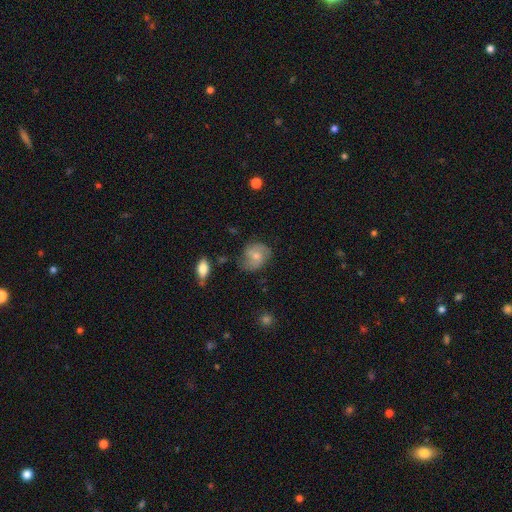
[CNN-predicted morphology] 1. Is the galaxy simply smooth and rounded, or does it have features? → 47% featured or disk, 44% smooth, 8% star or artifact.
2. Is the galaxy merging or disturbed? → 63% none, 25% minor disturbance, 9% major disturbance, 3% merger.